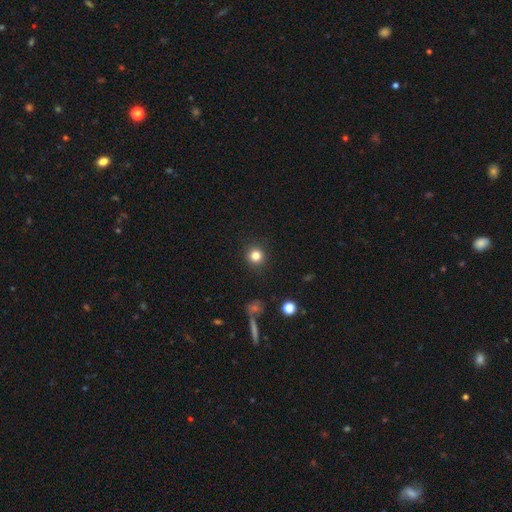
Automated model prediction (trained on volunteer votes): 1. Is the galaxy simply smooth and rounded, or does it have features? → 82% smooth, 13% star or artifact, 5% featured or disk.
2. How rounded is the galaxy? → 93% round, 6% in between, 1% cigar-shaped.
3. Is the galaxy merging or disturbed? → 91% none, 6% minor disturbance, 2% major disturbance, 1% merger.